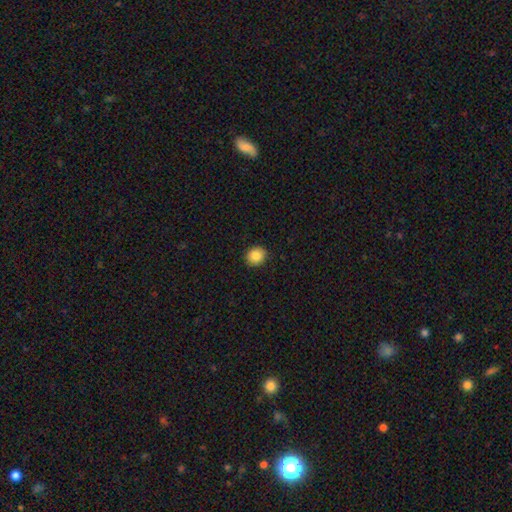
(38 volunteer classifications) Volunteers were most divided on "smooth or featured": smooth: 87%, star or artifact: 8%, featured or disk: 5%. More confident: how rounded — round (94%); merging — none (91%).